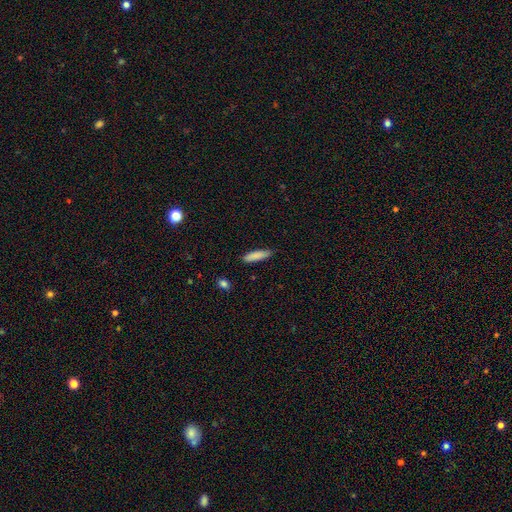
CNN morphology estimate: A smooth galaxy with no disk features (86%) that is cigar-shaped (75%).

Vote fractions:
- Smooth or featured? smooth: 86% / featured or disk: 8% / star or artifact: 6%
- How rounded? cigar-shaped: 75% / in between: 23% / round: 1%
- Merging? none: 83% / minor disturbance: 13% / major disturbance: 2% / merger: 1%